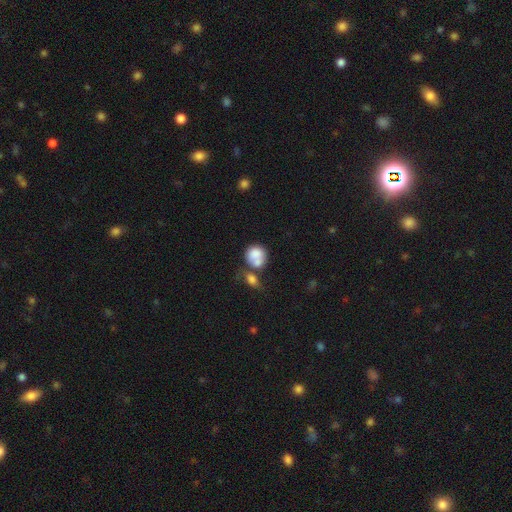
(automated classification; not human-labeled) Overall: smooth (76%). How rounded: round (71%). Merging: merger (53%; none 26%).